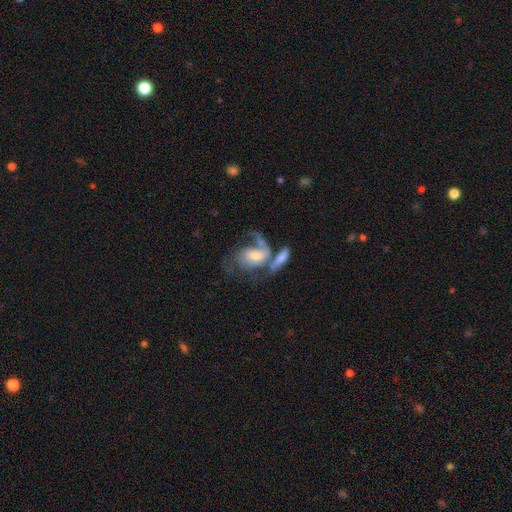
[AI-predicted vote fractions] Overall: featured or disk (72%). Edge-on disk: no (96%). Bar: no (51%; weak 39%). Spiral arms: yes (87%). Spiral arm count: 1 (37%; 2 36%). Spiral winding: medium (42%; loose 35%). Bulge size: moderate (48%; small 33%). Merging: merger (36%; major disturbance 26%).